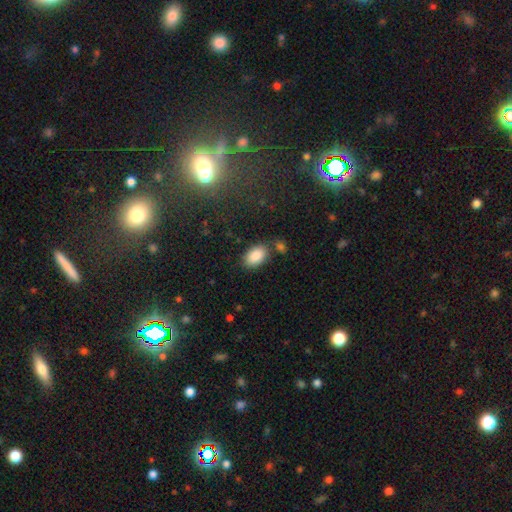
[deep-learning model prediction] Q: Smooth or featured?
A: smooth (88%); runner-up: star or artifact (7%)
Q: How rounded?
A: in between (93%); runner-up: round (6%)
Q: Merging?
A: none (75%); runner-up: minor disturbance (13%)